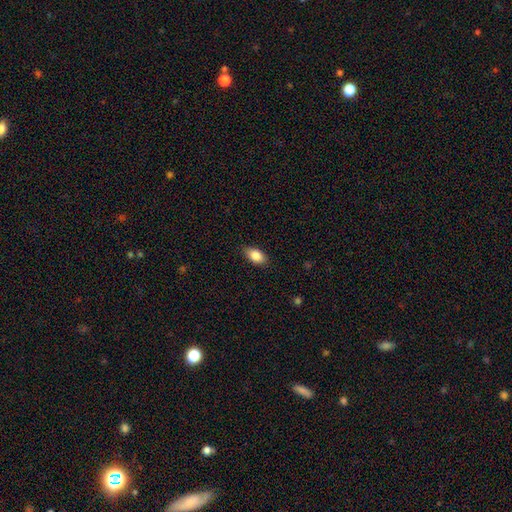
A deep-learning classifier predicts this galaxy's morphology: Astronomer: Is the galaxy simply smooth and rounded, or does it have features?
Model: smooth — 84%.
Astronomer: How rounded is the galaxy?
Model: in between — 90%.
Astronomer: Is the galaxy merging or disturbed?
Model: none — 85%.